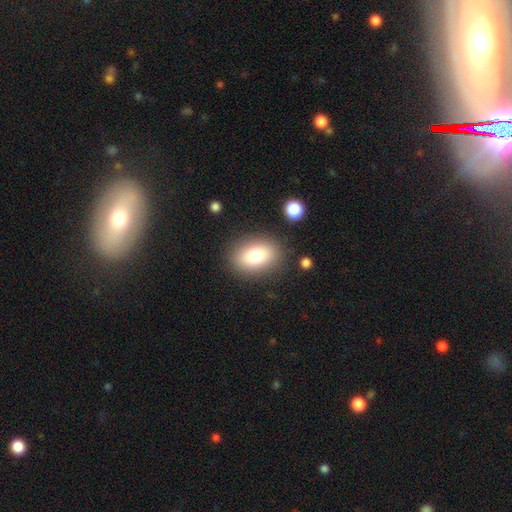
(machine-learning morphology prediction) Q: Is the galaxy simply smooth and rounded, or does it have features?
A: smooth — 79%.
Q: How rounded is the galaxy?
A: in between — 80%.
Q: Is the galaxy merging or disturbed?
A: none — 84%.